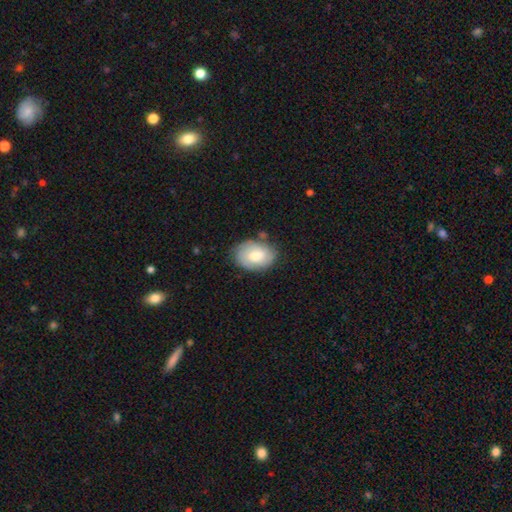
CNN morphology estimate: Smooth or featured?
  - smooth: 60% *
  - featured or disk: 33%
  - star or artifact: 7%
How rounded?
  - in between: 76% *
  - round: 23%
  - cigar-shaped: 1%
Merging?
  - none: 74% *
  - minor disturbance: 19%
  - major disturbance: 4%
  - merger: 3%